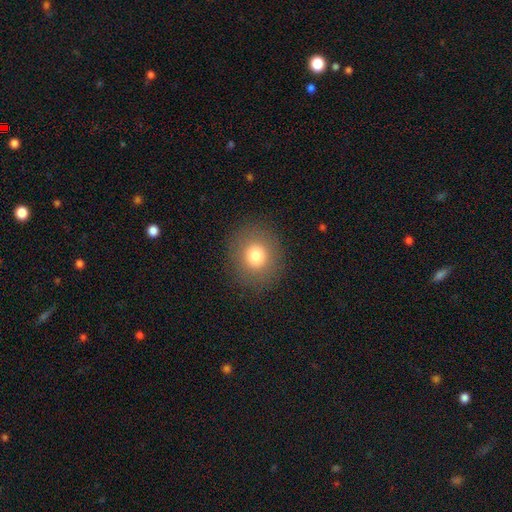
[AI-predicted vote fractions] Q: Smooth or featured?
A: smooth (78%); runner-up: star or artifact (12%)
Q: How rounded?
A: round (79%); runner-up: in between (20%)
Q: Merging?
A: none (88%); runner-up: minor disturbance (7%)